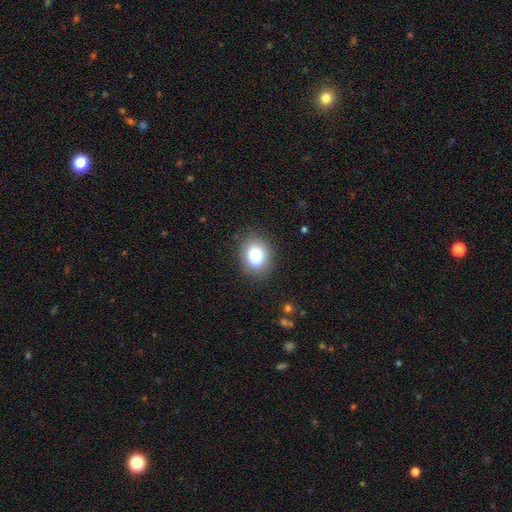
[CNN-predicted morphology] Smooth or featured: smooth — 84% (star or artifact — 9%)
How rounded: in between — 53% (round — 46%)
Merging: none — 85% (minor disturbance — 10%)